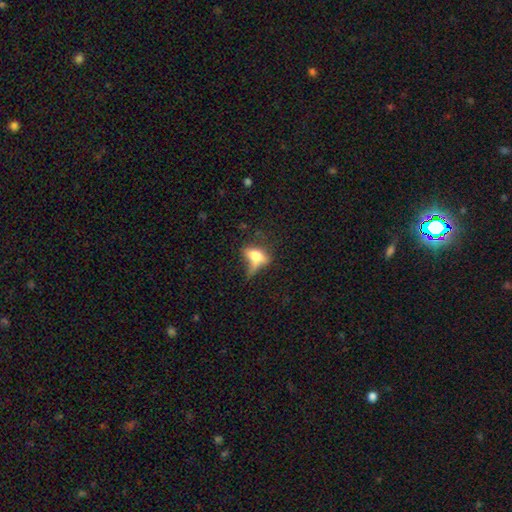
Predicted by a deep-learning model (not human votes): This is likely a smooth galaxy (60%). How rounded: likely in between (74%). Merging: marginally major disturbance (31%).